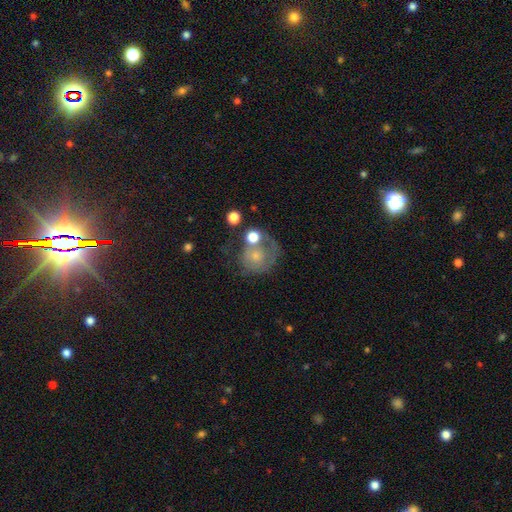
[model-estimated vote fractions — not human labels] smooth-or-featured: smooth: 49% | featured or disk: 41% | star or artifact: 10%
  merging: none: 36% | major disturbance: 25% | minor disturbance: 20% | merger: 19%